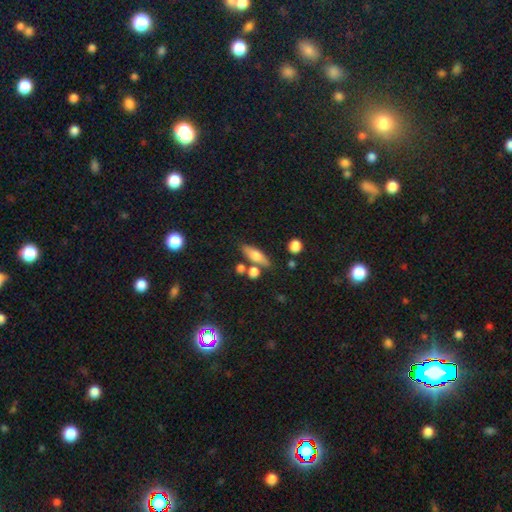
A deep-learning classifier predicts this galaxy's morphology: smooth-or-featured: smooth: 60% | featured or disk: 31% | star or artifact: 8%
  how-rounded: in between: 52% | cigar-shaped: 42% | round: 6%
  merging: none: 69% | merger: 14% | minor disturbance: 13% | major disturbance: 4%